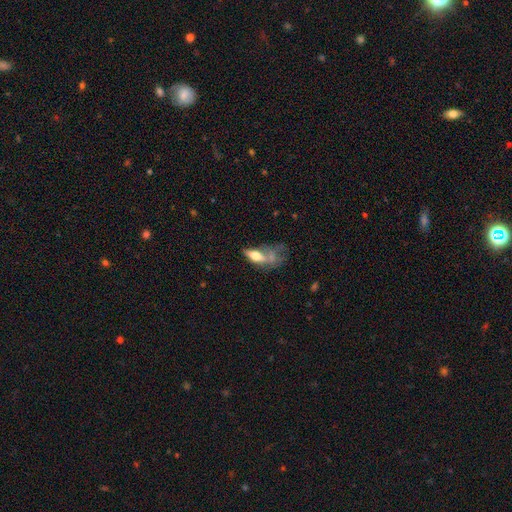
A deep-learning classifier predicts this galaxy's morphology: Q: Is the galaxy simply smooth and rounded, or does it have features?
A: smooth — 54%.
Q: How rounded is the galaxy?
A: in between — 69%.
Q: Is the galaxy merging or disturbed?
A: major disturbance — 32%.